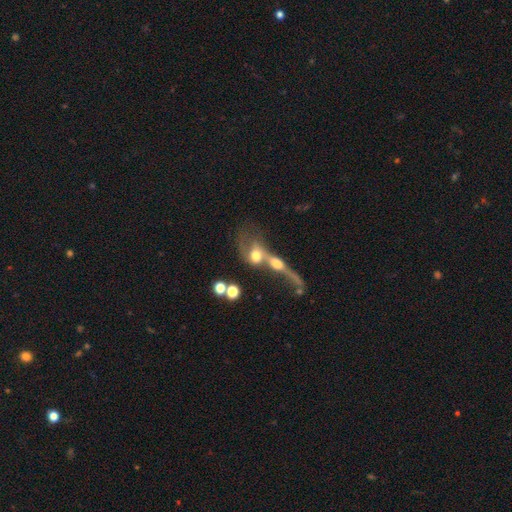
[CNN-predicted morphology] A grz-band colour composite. It shows a smooth galaxy with no disk features (44%). Merging: merger (73%).